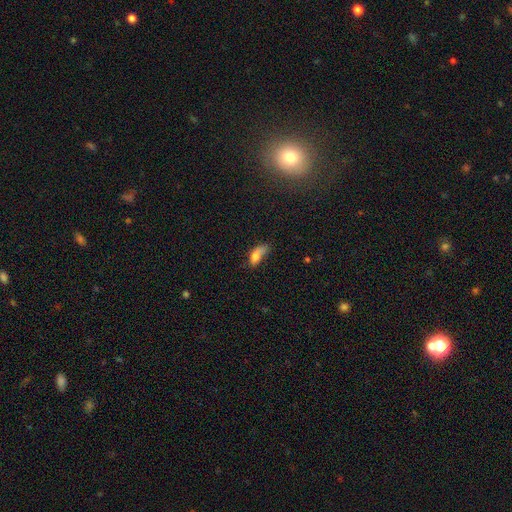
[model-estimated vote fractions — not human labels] smooth 71%, featured or disk 19%, star or artifact 10%. Down the decision tree: how rounded — in between (79%); merging — major disturbance (32%).